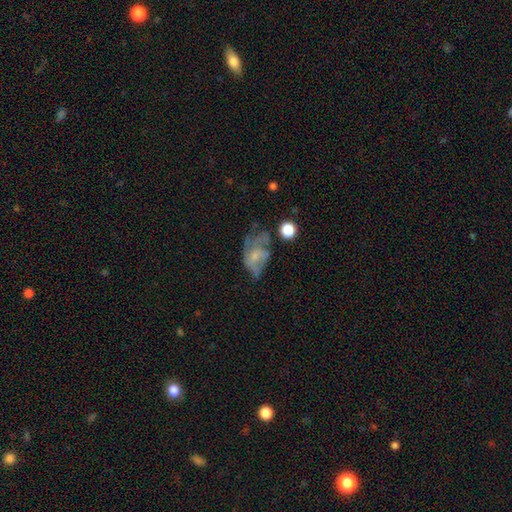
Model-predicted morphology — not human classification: Smooth or featured?
  - featured or disk: 53% *
  - smooth: 36%
  - star or artifact: 11%
Edge-on disk?
  - no: 96% *
  - yes: 4%
Bar?
  - no: 78% *
  - weak: 19%
  - strong: 3%
Spiral arms?
  - yes: 51% *
  - no: 49%
Bulge size?
  - small: 55% *
  - moderate: 26%
  - none: 15%
  - large: 2%
  - dominant: 1%
Merging?
  - major disturbance: 36% *
  - none: 31%
  - minor disturbance: 27%
  - merger: 6%